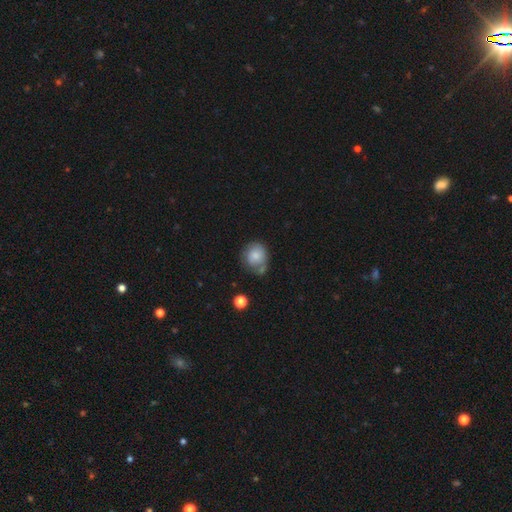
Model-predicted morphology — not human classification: The model was most divided on "merging": none: 50%, minor disturbance: 26%, merger: 15%, major disturbance: 9%. More confident: how rounded — round (78%); smooth or featured — smooth (77%).